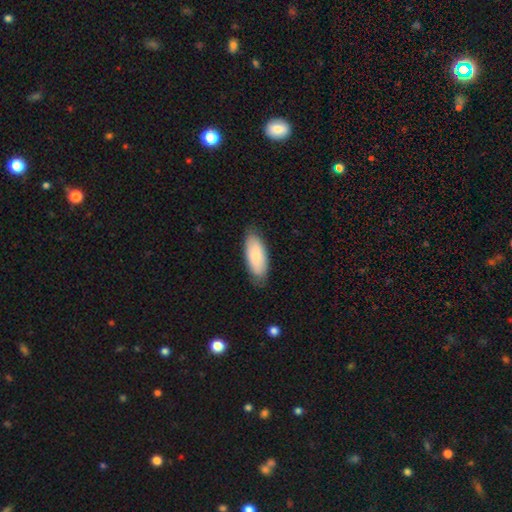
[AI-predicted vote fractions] Morphology: type=smooth (78%); roundness=in between (85%); merging=none (81%).